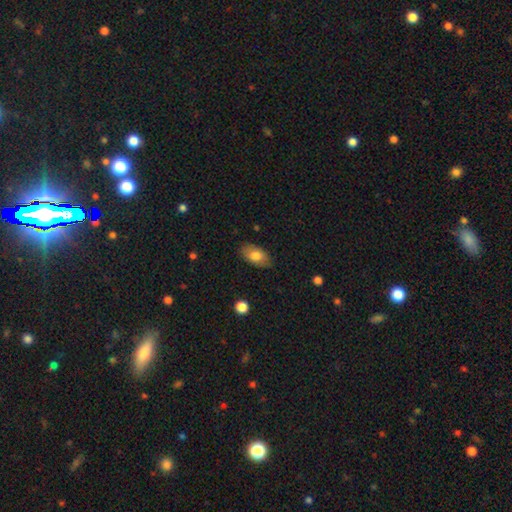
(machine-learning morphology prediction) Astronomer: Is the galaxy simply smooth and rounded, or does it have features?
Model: smooth — 77%.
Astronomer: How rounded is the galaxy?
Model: in between — 92%.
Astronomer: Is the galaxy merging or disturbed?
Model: none — 81%.